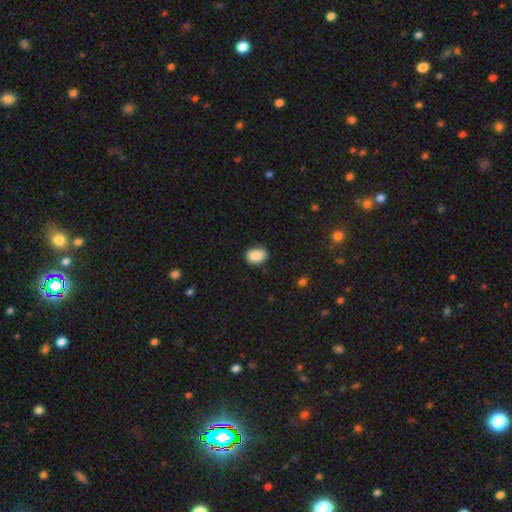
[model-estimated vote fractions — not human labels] A smooth galaxy with no disk features (88%) that is in between round and cigar-shaped (77%).

Vote fractions:
- Smooth or featured? smooth: 88% / star or artifact: 8% / featured or disk: 4%
- How rounded? in between: 77% / round: 22% / cigar-shaped: 1%
- Merging? none: 78% / minor disturbance: 18% / major disturbance: 3% / merger: 1%